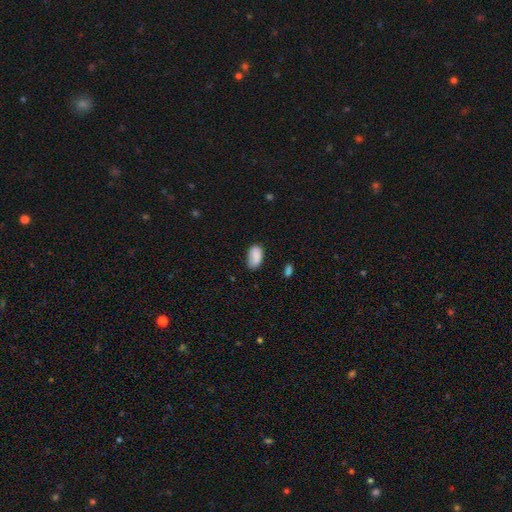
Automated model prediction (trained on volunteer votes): This appears to be a smooth galaxy with no disk features (85%) that is in between round and cigar-shaped (94%). Merging: none (65%).